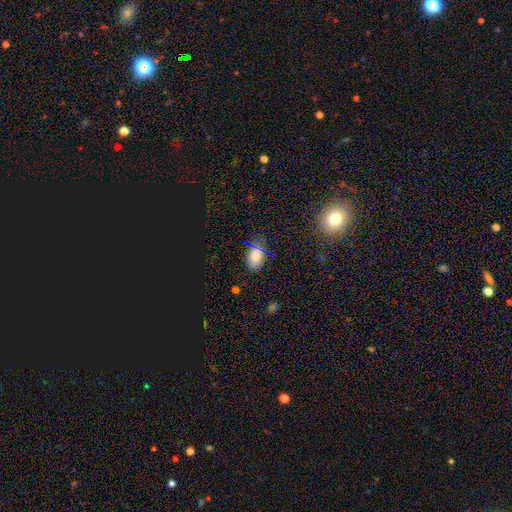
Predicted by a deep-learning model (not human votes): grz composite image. It shows a smooth galaxy with no disk features (75%) that is in between round and cigar-shaped (87%). Merging: none (78%).